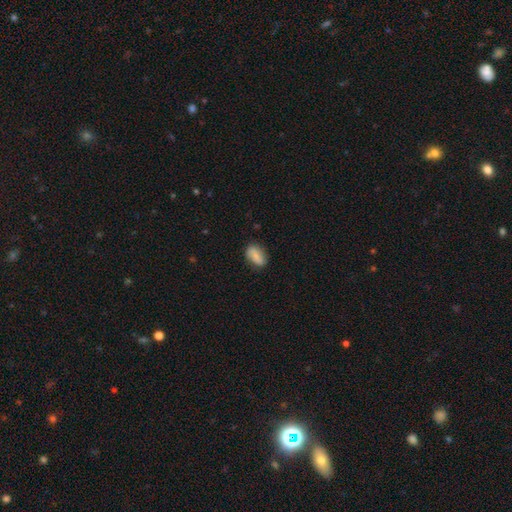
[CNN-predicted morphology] smooth_or_featured: smooth (p=0.73) [alt: featured or disk p=0.19]
how_rounded: in between (p=0.87) [alt: round p=0.07]
merging: none (p=0.76) [alt: minor disturbance p=0.18]